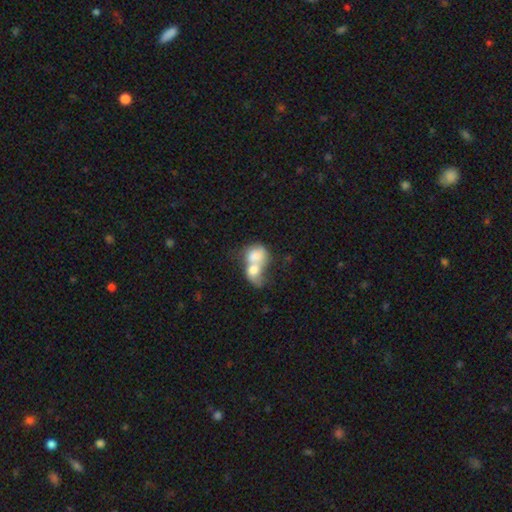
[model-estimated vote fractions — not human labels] The model was most divided on "how rounded": in between: 61%, round: 38%, cigar-shaped: 2%. More confident: merging — merger (81%); smooth or featured — smooth (67%).